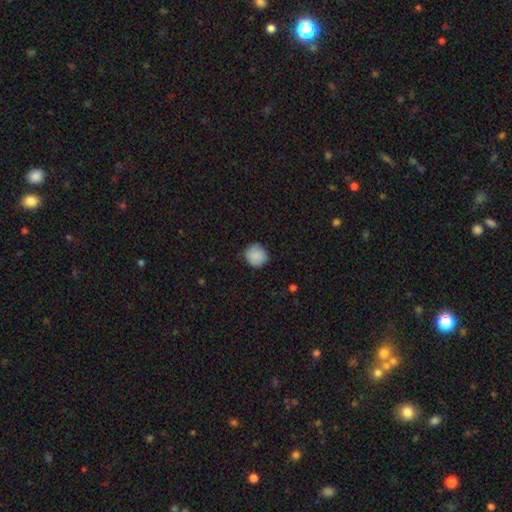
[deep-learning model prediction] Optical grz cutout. It shows a smooth galaxy with no disk features (88%) that is round (91%). Merging: none (84%).